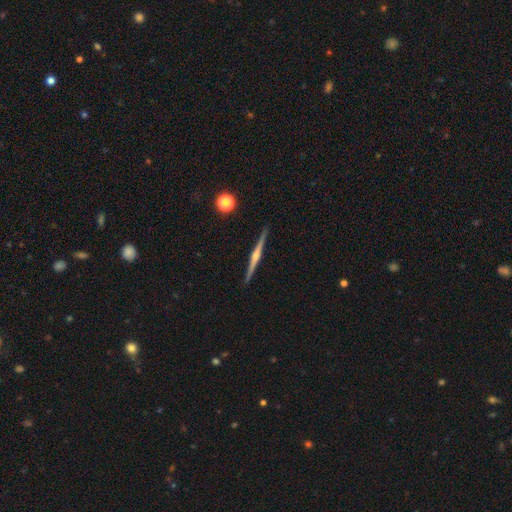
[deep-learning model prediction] Morphology: type=featured or disk (83%); edge-on=yes (99%); edge-on bulge=rounded (86%); merging=none (93%).